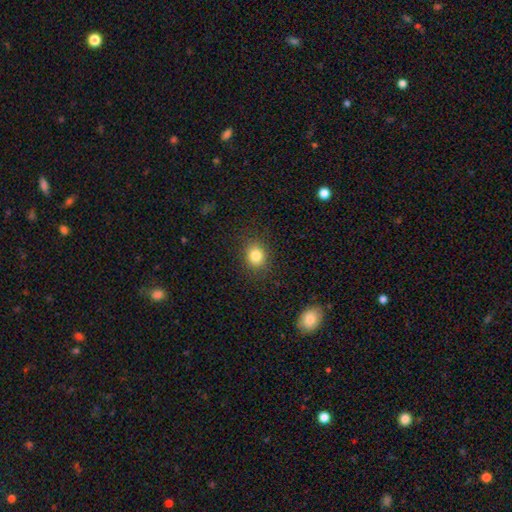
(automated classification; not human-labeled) This appears to be a smooth galaxy with no disk features (83%) that is round (70%). Merging: none (87%).